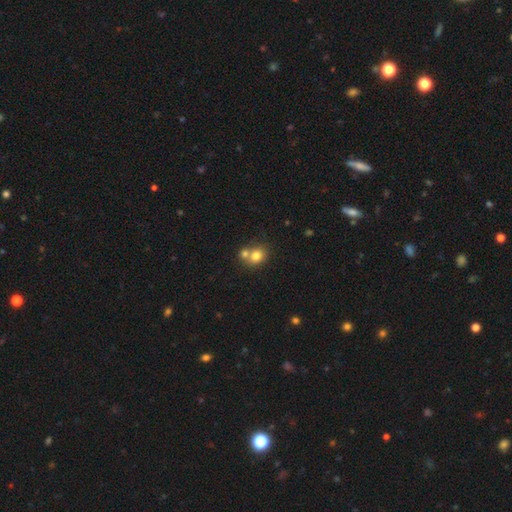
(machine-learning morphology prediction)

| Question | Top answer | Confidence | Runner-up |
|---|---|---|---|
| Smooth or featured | smooth | 78% | featured or disk (12%) |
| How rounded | round | 64% | in between (35%) |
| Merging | merger | 49% | none (40%) |